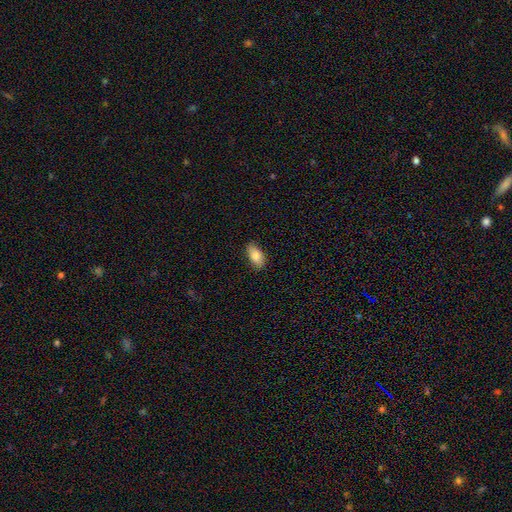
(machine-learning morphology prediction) The model was most divided on "merging": none: 85%, minor disturbance: 12%, major disturbance: 2%, merger: 1%. More confident: how rounded — in between (91%); smooth or featured — smooth (83%).